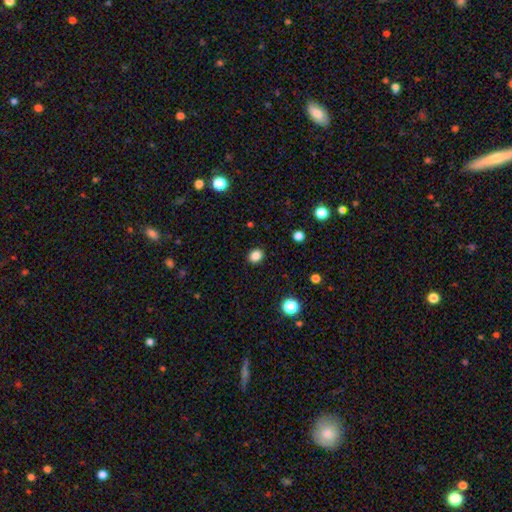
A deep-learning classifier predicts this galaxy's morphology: smooth-or-featured: smooth: 85% | star or artifact: 12% | featured or disk: 4%
  how-rounded: round: 67% | in between: 32% | cigar-shaped: 1%
  merging: none: 90% | minor disturbance: 6% | major disturbance: 2% | merger: 1%